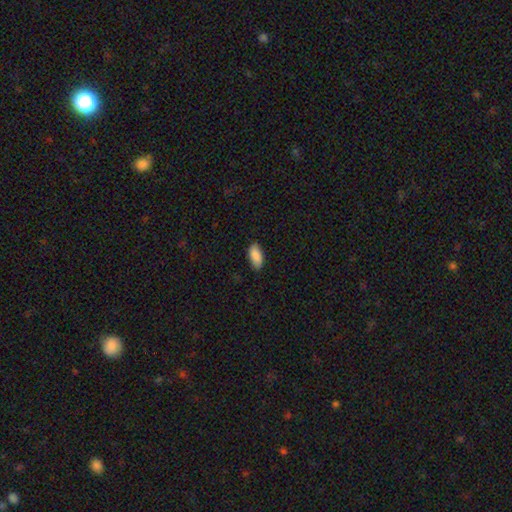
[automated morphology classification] The model was most divided on "merging": none: 86%, minor disturbance: 11%, major disturbance: 2%, merger: 1%. More confident: how rounded — in between (91%); smooth or featured — smooth (89%).